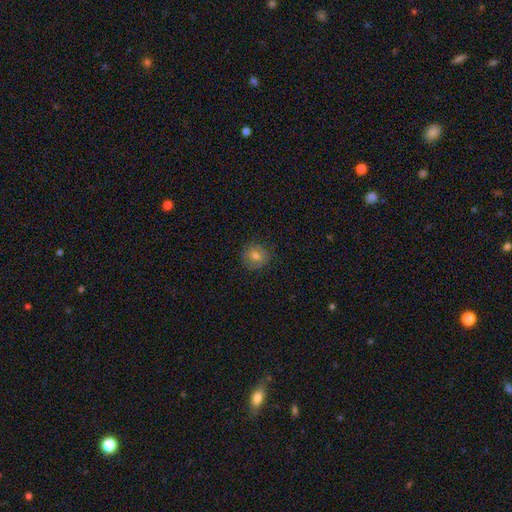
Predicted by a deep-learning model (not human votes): smooth_or_featured: smooth (p=0.71) [alt: featured or disk p=0.17]
how_rounded: round (p=0.91) [alt: in between p=0.08]
merging: none (p=0.87) [alt: minor disturbance p=0.10]